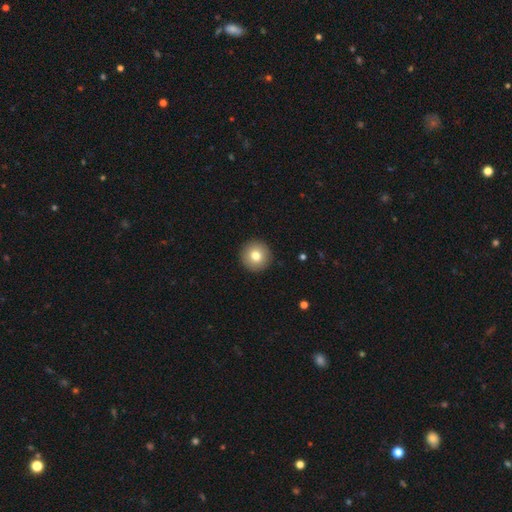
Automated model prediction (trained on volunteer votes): Overall: smooth (78%). How rounded: round (96%). Merging: none (93%).